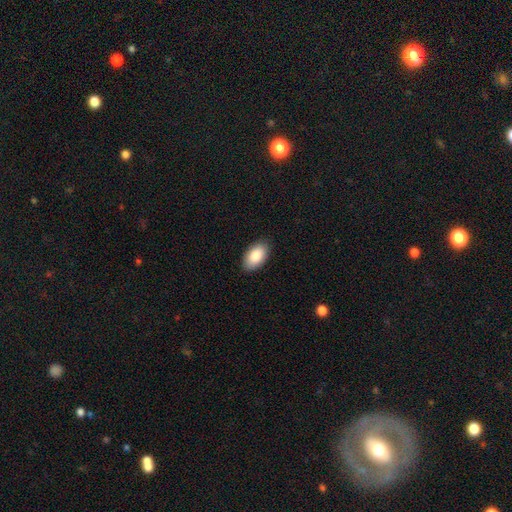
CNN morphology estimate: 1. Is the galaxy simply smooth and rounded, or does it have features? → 88% smooth, 6% featured or disk, 6% star or artifact.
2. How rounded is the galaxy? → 95% in between, 4% round, 1% cigar-shaped.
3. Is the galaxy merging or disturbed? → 87% none, 10% minor disturbance, 2% major disturbance, 1% merger.